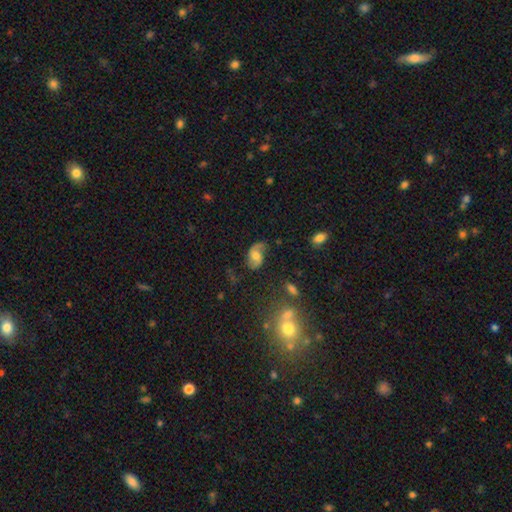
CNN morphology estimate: smooth-or-featured: featured or disk: 63% | smooth: 28% | star or artifact: 9%
  disk-edge-on: no: 96% | yes: 4%
    bar: no: 60% | weak: 33% | strong: 7%
    has-spiral-arms: yes: 89% | no: 11%
      spiral-winding: loose: 48% | medium: 38% | tight: 14%
      spiral-arm-count: 2: 79% | 1: 12% | can't tell: 6% | 3: 1% | 4: 1% | more than 4: 1%
    bulge-size: moderate: 59% | small: 19% | large: 15% | none: 6% | dominant: 2%
  merging: none: 58% | minor disturbance: 25% | major disturbance: 14% | merger: 3%